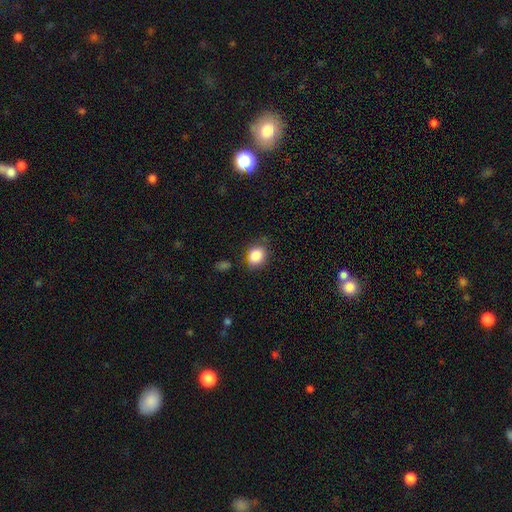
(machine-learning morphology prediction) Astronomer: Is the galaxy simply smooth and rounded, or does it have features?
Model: smooth — 86%.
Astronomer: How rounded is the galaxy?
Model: round — 56% (runner-up: in between, 43%).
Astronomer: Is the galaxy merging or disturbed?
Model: none — 71%.